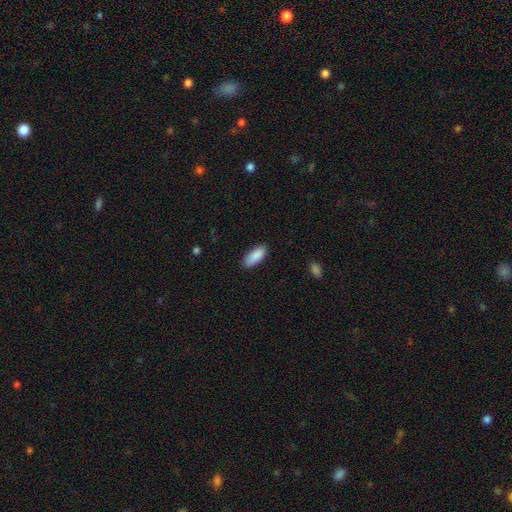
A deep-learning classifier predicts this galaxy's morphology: Smooth or featured? smooth (90%)
How rounded? in between (84%)
Merging? none (86%)